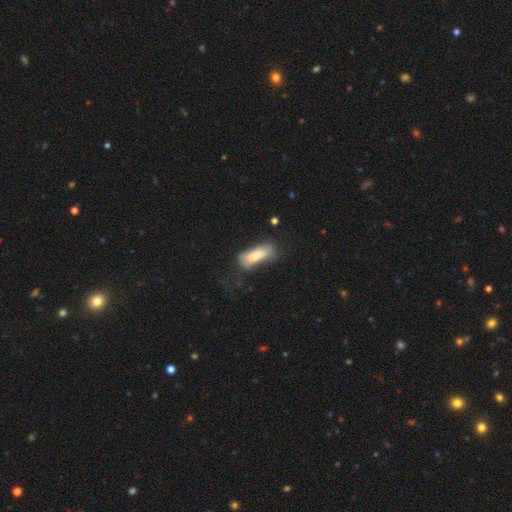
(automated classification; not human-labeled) The model was most divided on "merging": none: 49%, minor disturbance: 30%, major disturbance: 17%, merger: 4%. More confident: smooth or featured — smooth (73%); how rounded — in between (71%).